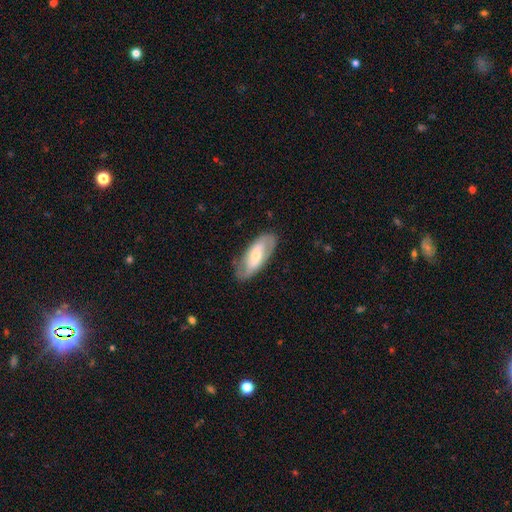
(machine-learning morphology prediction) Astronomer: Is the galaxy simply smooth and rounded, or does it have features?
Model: featured or disk — 58% (runner-up: smooth, 36%).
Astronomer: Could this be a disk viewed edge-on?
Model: no — 86%.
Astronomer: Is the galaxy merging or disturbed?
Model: none — 79%.